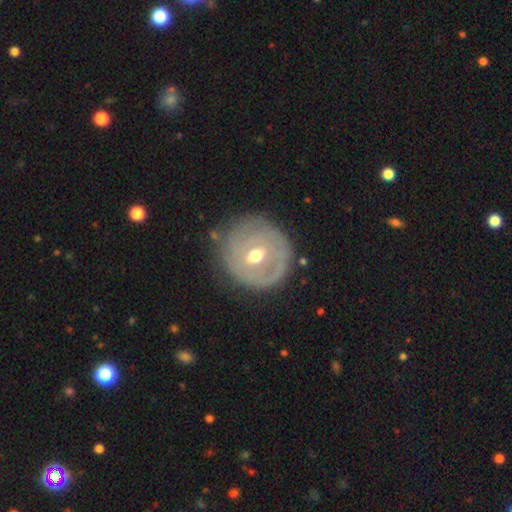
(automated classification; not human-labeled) This appears to be a featured or disk galaxy (66%) with a weak bar (44%), spiral arms (55%) and a moderate central bulge (74%). Merging: none (72%).